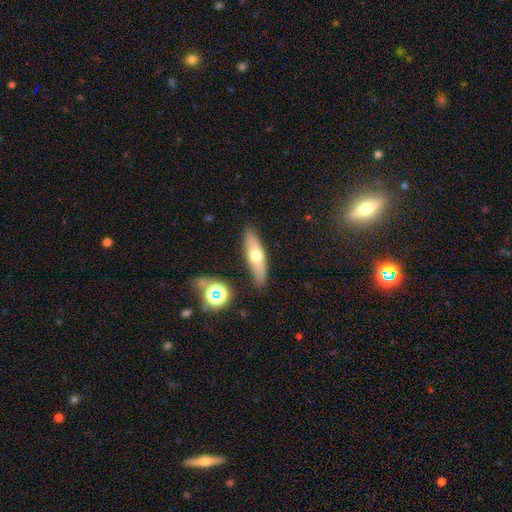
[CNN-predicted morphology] Smooth or featured: smooth — 51% (featured or disk — 41%)
How rounded: cigar-shaped — 64% (in between — 33%)
Merging: none — 86% (minor disturbance — 9%)